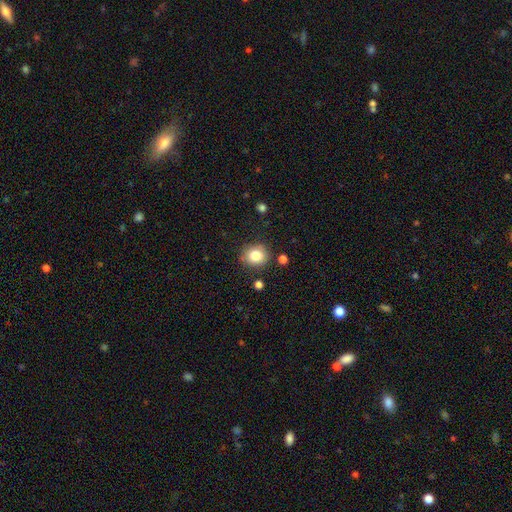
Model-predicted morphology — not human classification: Overall: smooth (82%). How rounded: round (79%). Merging: none (83%).